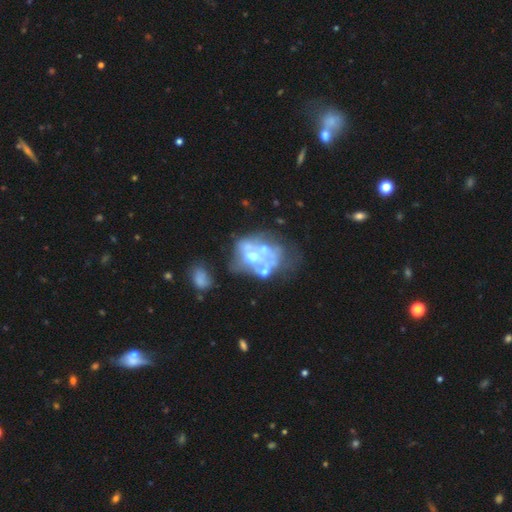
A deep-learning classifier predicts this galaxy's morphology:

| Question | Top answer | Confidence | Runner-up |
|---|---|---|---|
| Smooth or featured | featured or disk | 69% | smooth (20%) |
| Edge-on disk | no | 98% | yes (2%) |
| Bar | no | 90% | weak (8%) |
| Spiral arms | no | 90% | yes (10%) |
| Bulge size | moderate | 51% | none (21%) |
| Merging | merger | 32% | major disturbance (29%) |